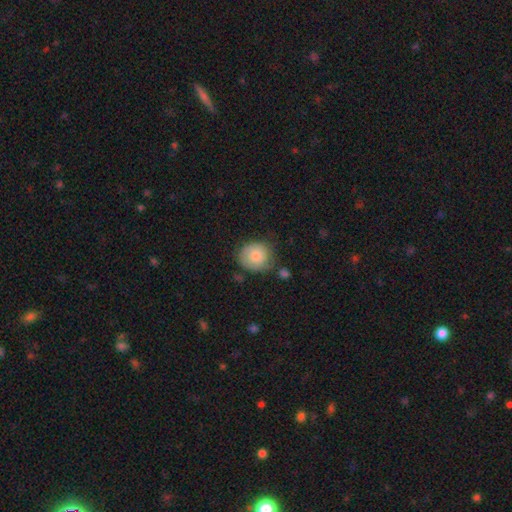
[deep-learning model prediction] Smooth or featured? Predicted: smooth (p=0.78). How rounded? Predicted: round (p=0.81). Merging? Predicted: none (p=0.62).